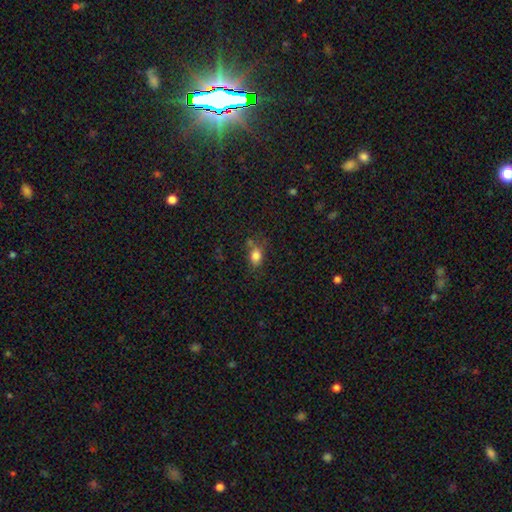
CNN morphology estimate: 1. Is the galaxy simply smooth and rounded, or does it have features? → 81% smooth, 12% star or artifact, 7% featured or disk.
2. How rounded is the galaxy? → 68% in between, 30% round, 2% cigar-shaped.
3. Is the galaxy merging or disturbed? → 58% none, 20% minor disturbance, 14% merger, 8% major disturbance.